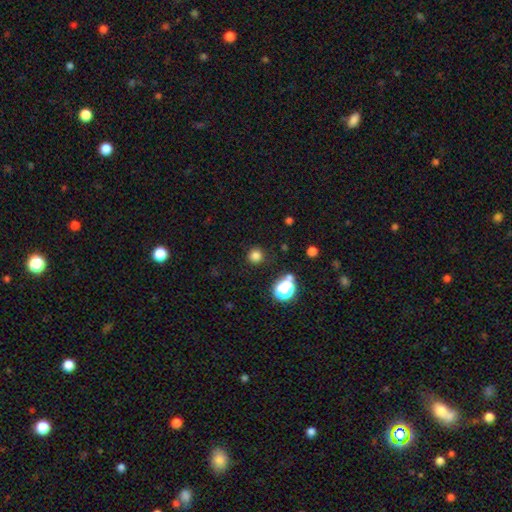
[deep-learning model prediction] smooth 79%, star or artifact 17%, featured or disk 4%. Down the decision tree: how rounded — round (94%); merging — none (88%).